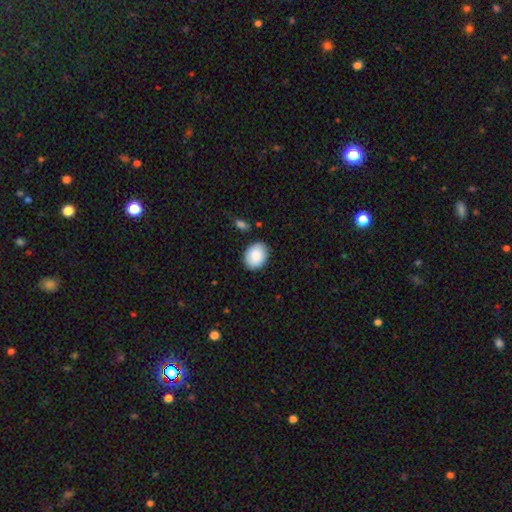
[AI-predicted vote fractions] A smooth galaxy with no disk features (87%) that is in between round and cigar-shaped (63%). Merging: none (84%).